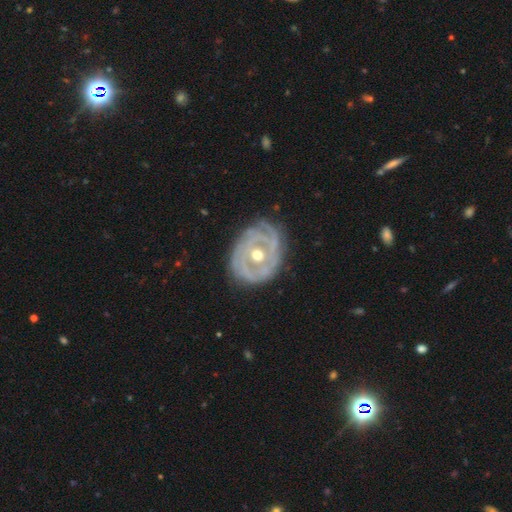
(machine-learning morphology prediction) type=featured or disk (84%); edge-on=no (96%); bar=no (61%); spiral arms=yes (84%); winding=tight (72%); arm count=can't tell (36%); bulge=moderate (67%); merging=none (73%).